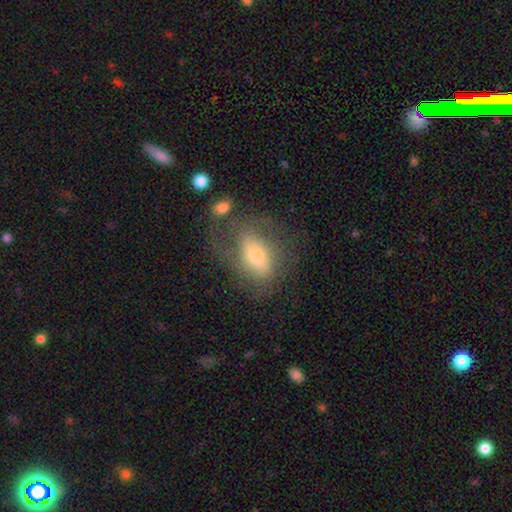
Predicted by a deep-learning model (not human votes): Overall: smooth (50%; featured or disk 42%). How rounded: in between (81%). Merging: none (48%; major disturbance 23%).